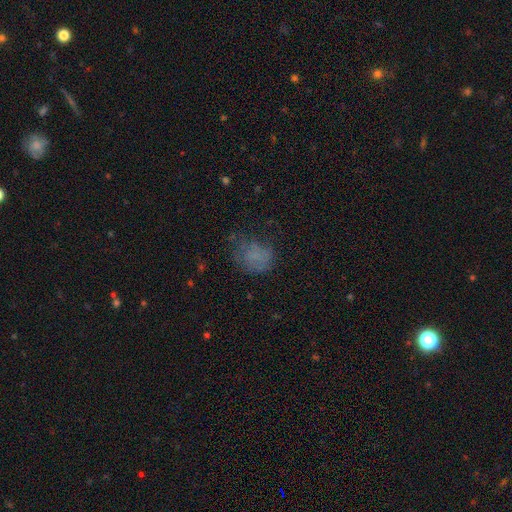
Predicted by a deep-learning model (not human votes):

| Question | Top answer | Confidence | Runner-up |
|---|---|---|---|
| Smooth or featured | smooth | 62% | featured or disk (20%) |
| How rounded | round | 52% | in between (47%) |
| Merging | none | 50% | minor disturbance (26%) |